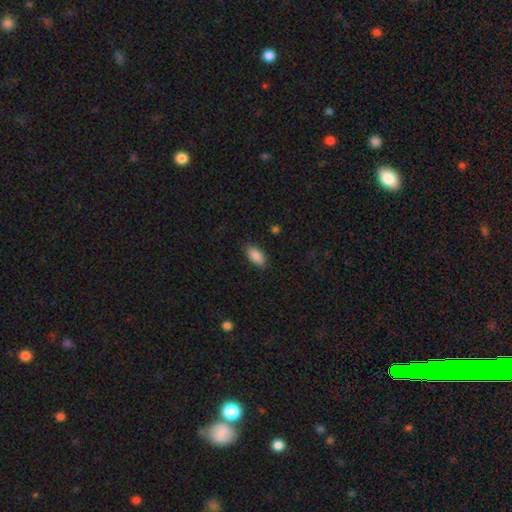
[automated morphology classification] The model was most divided on "merging": none: 86%, minor disturbance: 10%, major disturbance: 3%, merger: 1%. More confident: how rounded — in between (93%); smooth or featured — smooth (88%).